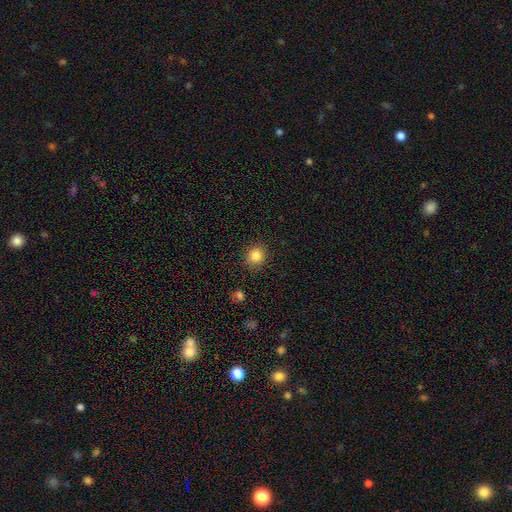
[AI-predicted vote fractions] Overall: smooth (85%). How rounded: round (85%). Merging: none (88%).